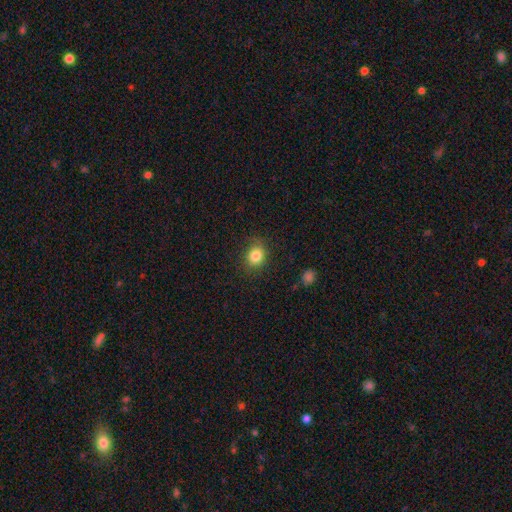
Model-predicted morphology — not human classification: Q: Smooth or featured?
A: smooth (83%); runner-up: star or artifact (11%)
Q: How rounded?
A: round (64%); runner-up: in between (35%)
Q: Merging?
A: none (82%); runner-up: minor disturbance (13%)